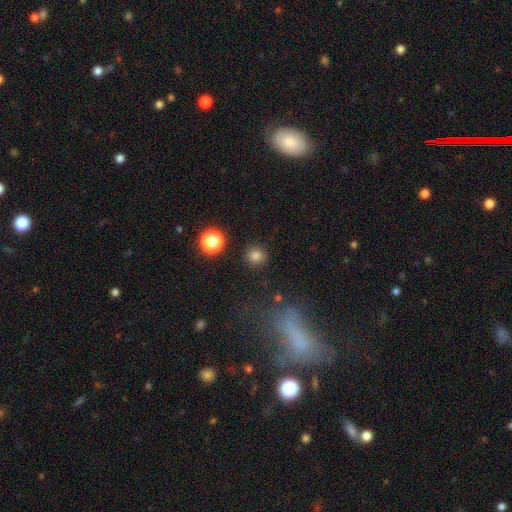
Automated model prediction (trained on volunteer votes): Smooth or featured?
  - smooth: 81% *
  - star or artifact: 15%
  - featured or disk: 4%
How rounded?
  - round: 93% *
  - in between: 6%
  - cigar-shaped: 1%
Merging?
  - none: 90% *
  - minor disturbance: 6%
  - major disturbance: 2%
  - merger: 2%